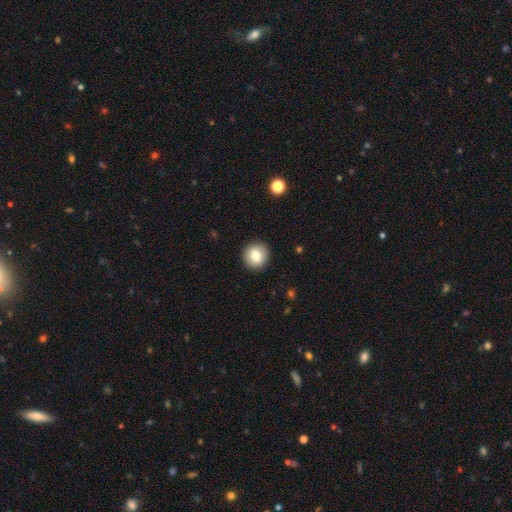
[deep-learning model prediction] This appears to be a smooth galaxy with no disk features (80%) that is round (92%). Merging: none (92%).